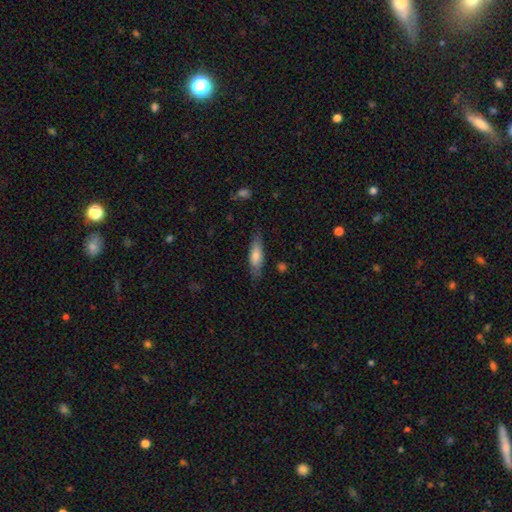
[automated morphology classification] Smooth or featured?
  - smooth: 69% *
  - featured or disk: 24%
  - star or artifact: 6%
How rounded?
  - cigar-shaped: 54% *
  - in between: 44%
  - round: 2%
Merging?
  - none: 78% *
  - minor disturbance: 17%
  - major disturbance: 4%
  - merger: 1%